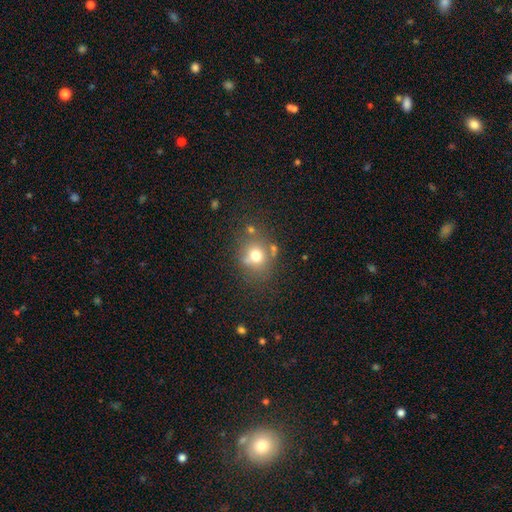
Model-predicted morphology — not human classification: Smooth or featured: smooth — 70% (star or artifact — 15%)
How rounded: round — 73% (in between — 26%)
Merging: none — 66% (minor disturbance — 16%)